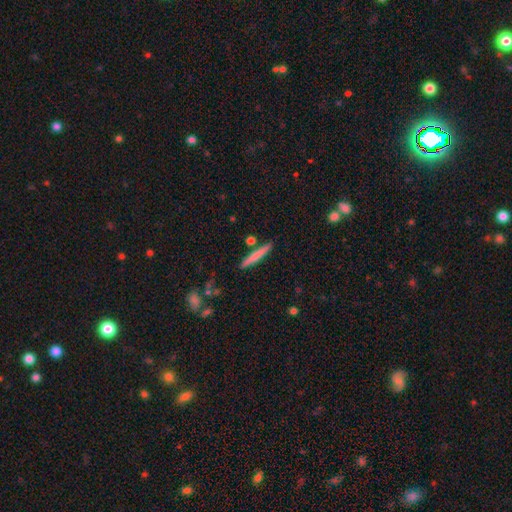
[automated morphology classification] Q: Smooth or featured?
A: smooth (69%); runner-up: featured or disk (25%)
Q: How rounded?
A: cigar-shaped (95%); runner-up: in between (4%)
Q: Merging?
A: none (86%); runner-up: minor disturbance (8%)